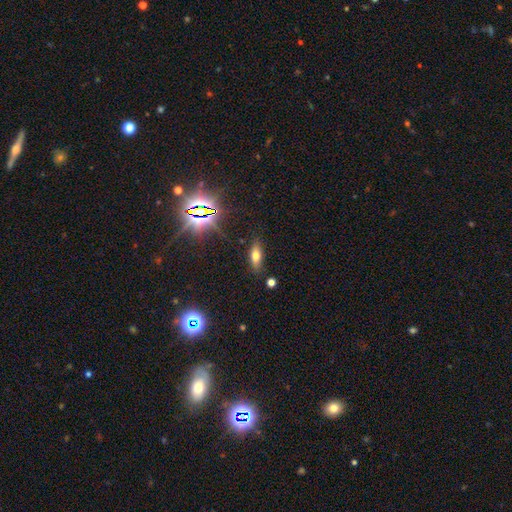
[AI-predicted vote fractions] Morphology: type=smooth (64%); roundness=in between (72%); merging=none (83%).